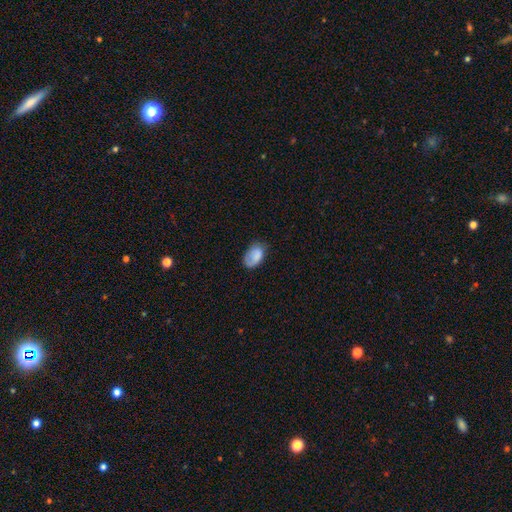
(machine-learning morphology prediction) smooth_or_featured: smooth (p=0.80) [alt: featured or disk p=0.13]
how_rounded: in between (p=0.91) [alt: round p=0.08]
merging: none (p=0.61) [alt: minor disturbance p=0.28]